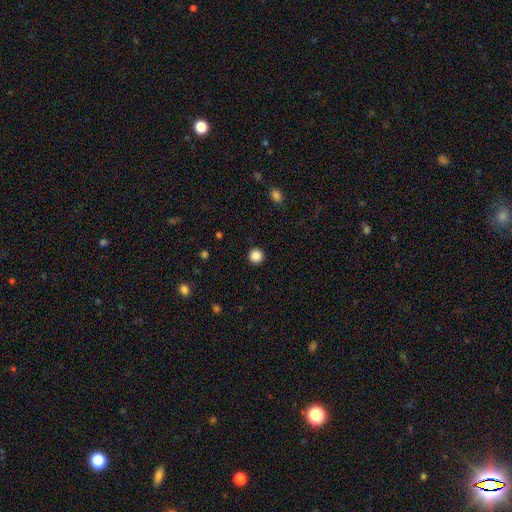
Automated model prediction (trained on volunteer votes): Smooth or featured? smooth (87%)
How rounded? round (95%)
Merging? none (92%)